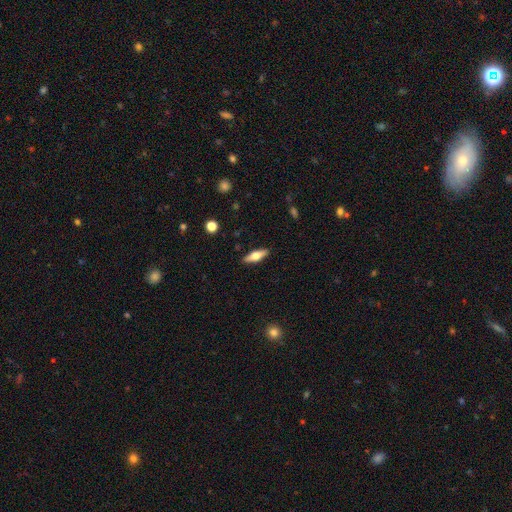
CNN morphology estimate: Smooth or featured? Predicted: smooth (p=0.50). Merging? Predicted: none (p=0.89).